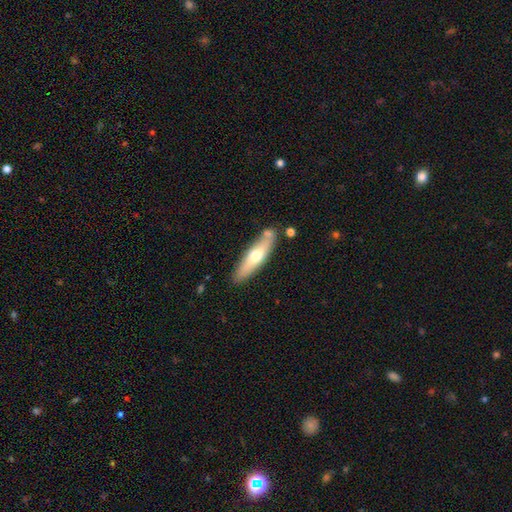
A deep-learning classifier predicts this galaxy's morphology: Smooth or featured? Predicted: smooth (p=0.55). How rounded? Predicted: cigar-shaped (p=0.75). Merging? Predicted: none (p=0.75).